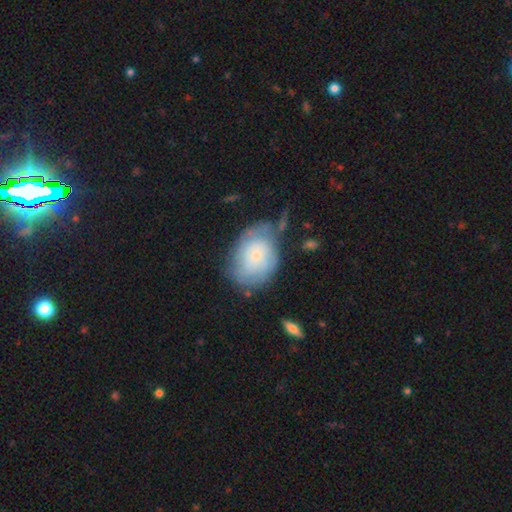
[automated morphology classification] A featured or disk galaxy (51%).

Vote fractions:
- Smooth or featured? featured or disk: 51% / smooth: 41% / star or artifact: 8%
- Edge-on disk? no: 96% / yes: 4%
- Merging? none: 51% / minor disturbance: 28% / major disturbance: 15% / merger: 6%